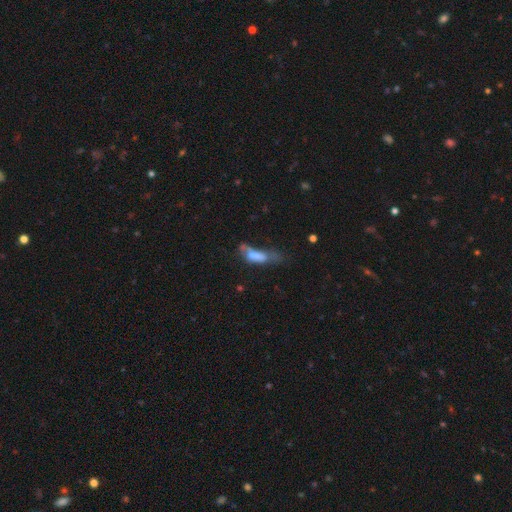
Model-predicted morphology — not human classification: smooth 57%, featured or disk 31%, star or artifact 12%. Down the decision tree: how rounded — in between (56%); merging — major disturbance (36%).